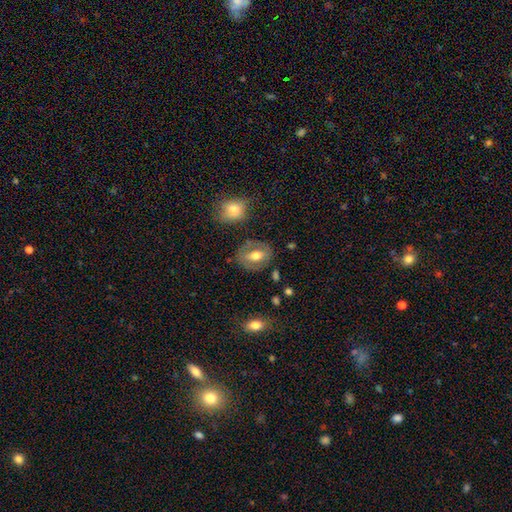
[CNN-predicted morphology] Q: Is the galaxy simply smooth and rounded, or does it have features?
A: smooth — 52%.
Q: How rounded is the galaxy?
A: in between — 57%.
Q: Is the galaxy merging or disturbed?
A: none — 75%.